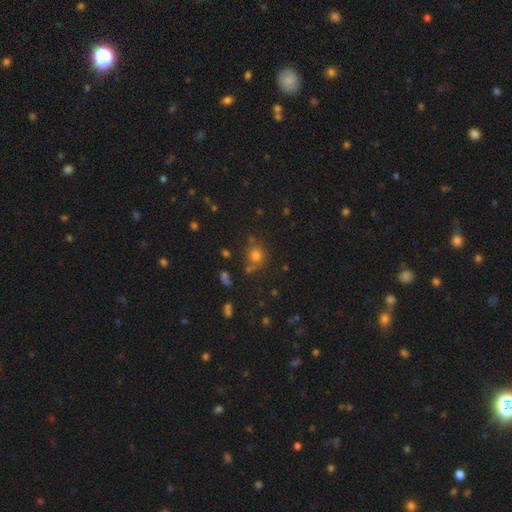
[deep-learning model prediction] A smooth galaxy with no disk features (71%) that is round (78%).

Vote fractions:
- Smooth or featured? smooth: 71% / star or artifact: 20% / featured or disk: 9%
- How rounded? round: 78% / in between: 21% / cigar-shaped: 1%
- Merging? none: 68% / minor disturbance: 16% / merger: 9% / major disturbance: 6%